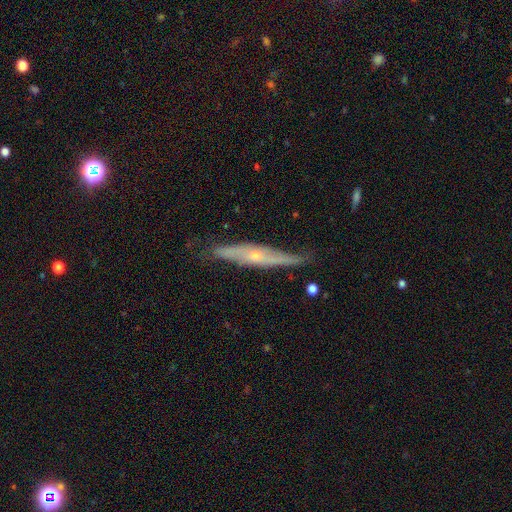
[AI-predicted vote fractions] Smooth or featured? featured or disk (71%)
Edge-on disk? yes (80%)
Edge-on bulge? rounded (79%)
Merging? none (69%)